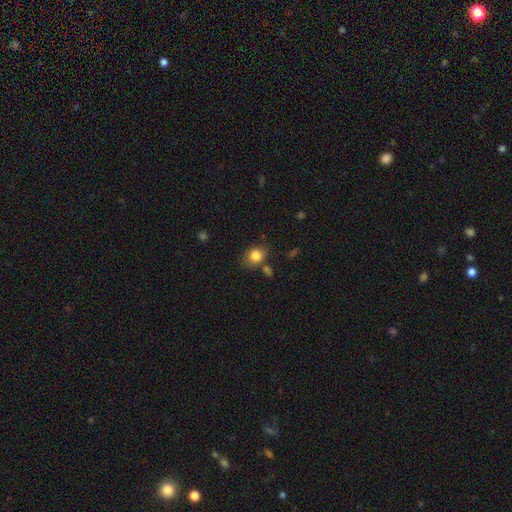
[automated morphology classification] Smooth or featured?
  - smooth: 83% *
  - star or artifact: 10%
  - featured or disk: 7%
How rounded?
  - round: 55% *
  - in between: 44%
  - cigar-shaped: 1%
Merging?
  - none: 68% *
  - minor disturbance: 19%
  - merger: 8%
  - major disturbance: 5%